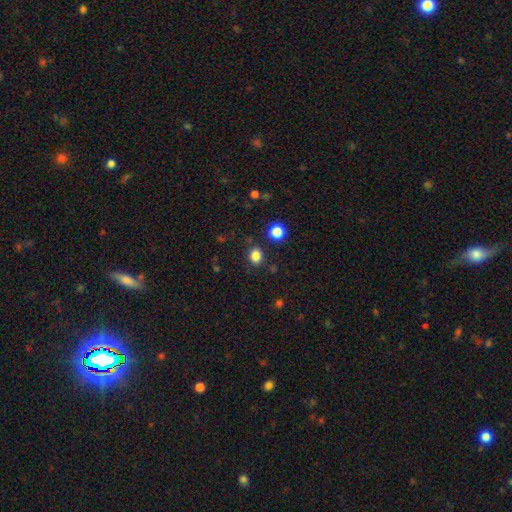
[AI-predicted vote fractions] Morphology: type=smooth (84%); roundness=round (61%); merging=none (83%).